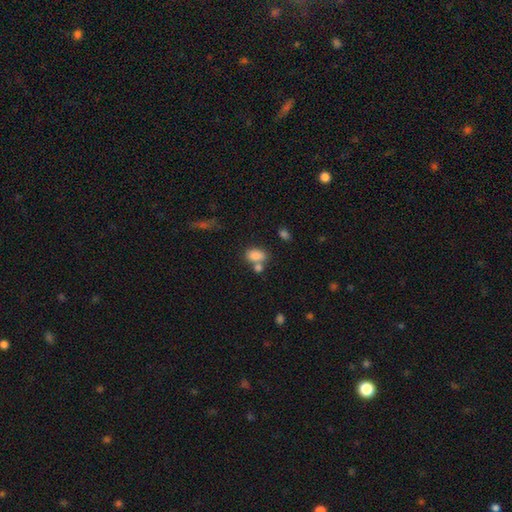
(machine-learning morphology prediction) The model was most divided on "merging": none: 45%, merger: 38%, minor disturbance: 12%, major disturbance: 5%. More confident: how rounded — in between (86%); smooth or featured — smooth (83%).